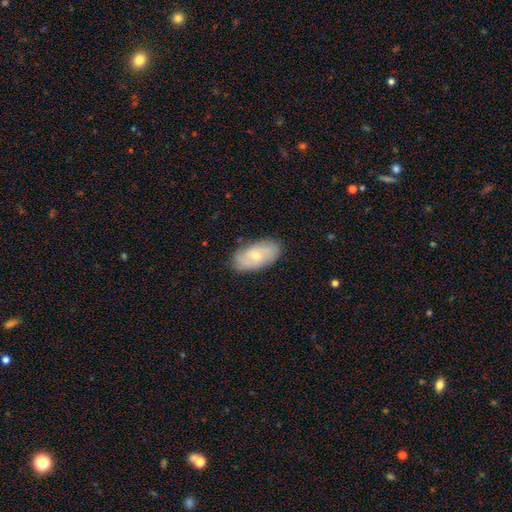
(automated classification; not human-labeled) A smooth galaxy with no disk features (61%) that is in between round and cigar-shaped (93%).

Vote fractions:
- Smooth or featured? smooth: 61% / featured or disk: 32% / star or artifact: 6%
- How rounded? in between: 93% / cigar-shaped: 4% / round: 3%
- Merging? none: 83% / minor disturbance: 13% / major disturbance: 3% / merger: 1%